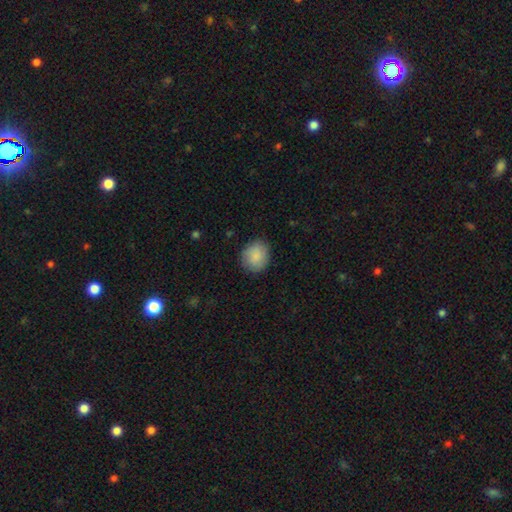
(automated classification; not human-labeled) smooth 87%, featured or disk 6%, star or artifact 6%. Down the decision tree: how rounded — round (71%); merging — none (85%).